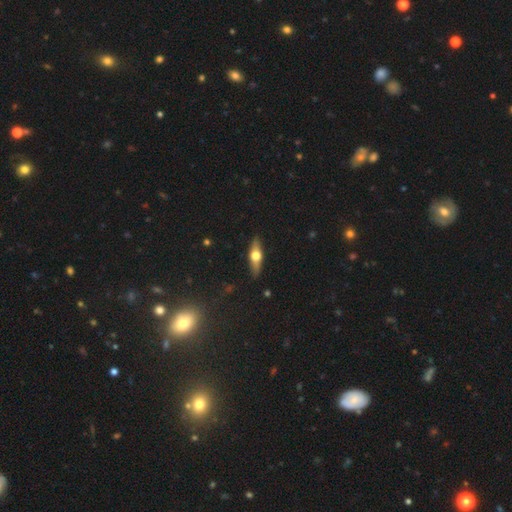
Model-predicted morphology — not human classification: smooth-or-featured: featured or disk: 59% | smooth: 35% | star or artifact: 6%
  disk-edge-on: yes: 92% | no: 8%
    edge-on-bulge: rounded: 96% | boxy: 3% | none: 2%
  merging: none: 88% | minor disturbance: 9% | major disturbance: 2% | merger: 1%